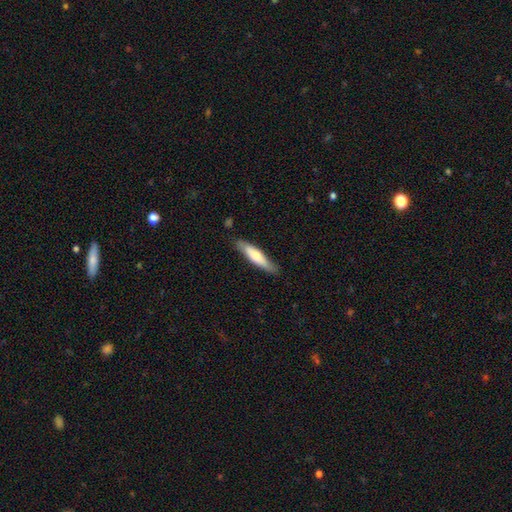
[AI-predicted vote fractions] This appears to be a smooth galaxy with no disk features (65%) that is cigar-shaped (80%). Merging: none (81%).